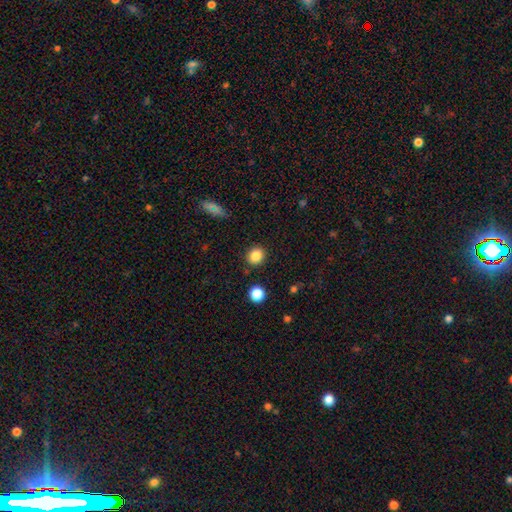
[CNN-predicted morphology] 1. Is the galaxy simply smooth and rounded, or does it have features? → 86% smooth, 10% star or artifact, 4% featured or disk.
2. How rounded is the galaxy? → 80% round, 19% in between, 1% cigar-shaped.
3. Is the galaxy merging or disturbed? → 89% none, 7% minor disturbance, 2% merger, 2% major disturbance.